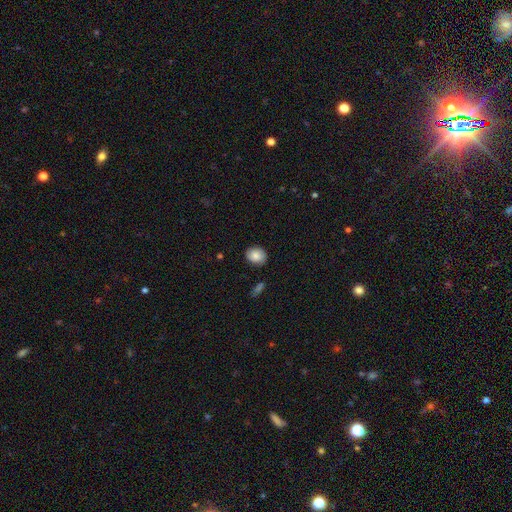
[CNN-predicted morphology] Smooth or featured? smooth (84%)
How rounded? round (55%)
Merging? none (83%)